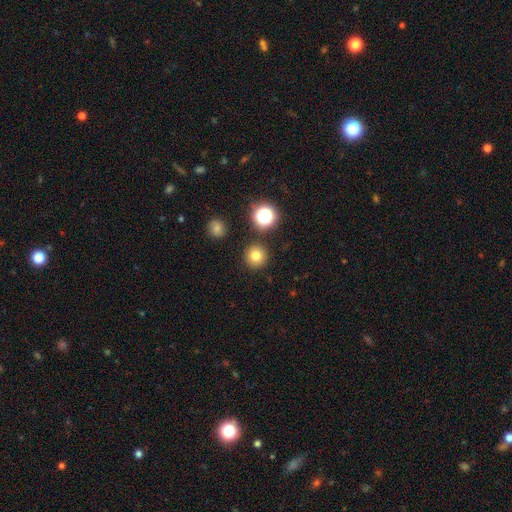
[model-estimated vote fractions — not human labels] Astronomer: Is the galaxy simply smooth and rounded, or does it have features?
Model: smooth — 77%.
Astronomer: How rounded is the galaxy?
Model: round — 95%.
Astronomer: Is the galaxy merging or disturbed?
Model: none — 90%.